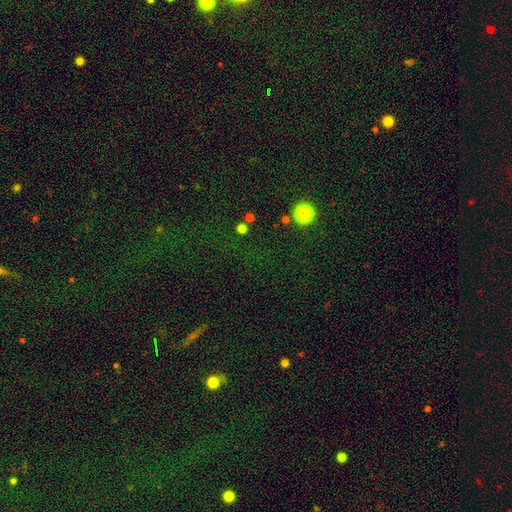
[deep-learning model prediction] Morphology: type=star or artifact (70%).